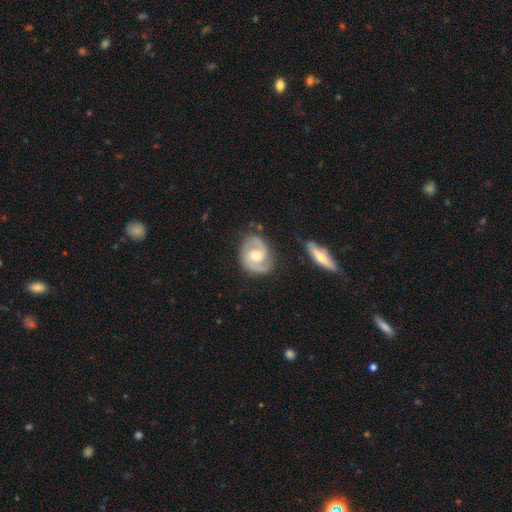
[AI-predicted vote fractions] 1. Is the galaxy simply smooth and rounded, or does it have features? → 86% featured or disk, 9% smooth, 4% star or artifact.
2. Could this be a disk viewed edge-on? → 97% no, 3% yes.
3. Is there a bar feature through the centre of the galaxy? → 49% no, 41% weak, 10% strong.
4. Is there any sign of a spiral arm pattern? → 96% yes, 4% no.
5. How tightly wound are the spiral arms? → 49% medium, 41% tight, 10% loose.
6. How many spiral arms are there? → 91% 2, 3% can't tell, 2% 1, 2% 3, 1% 4, 1% more than 4.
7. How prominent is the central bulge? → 69% moderate, 16% large, 12% small, 2% none, 1% dominant.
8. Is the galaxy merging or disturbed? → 78% none, 15% minor disturbance, 4% major disturbance, 3% merger.